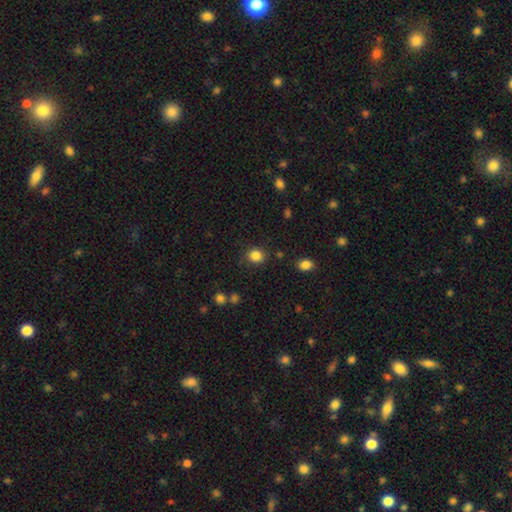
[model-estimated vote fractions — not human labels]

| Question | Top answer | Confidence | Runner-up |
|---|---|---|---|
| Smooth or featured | smooth | 84% | star or artifact (11%) |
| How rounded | round | 79% | in between (20%) |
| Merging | none | 83% | minor disturbance (11%) |